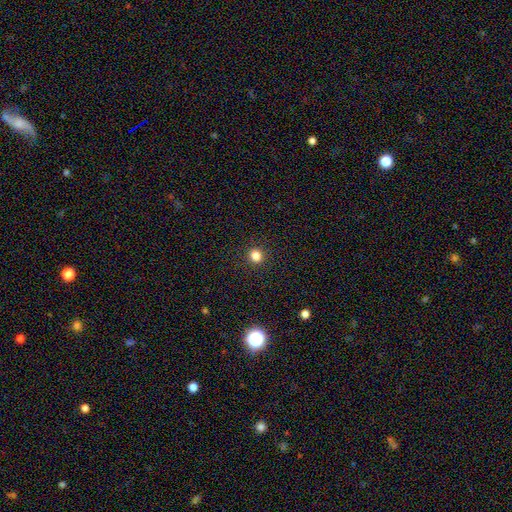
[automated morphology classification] Smooth or featured: smooth — 82% (star or artifact — 14%)
How rounded: round — 90% (in between — 9%)
Merging: none — 92% (minor disturbance — 5%)